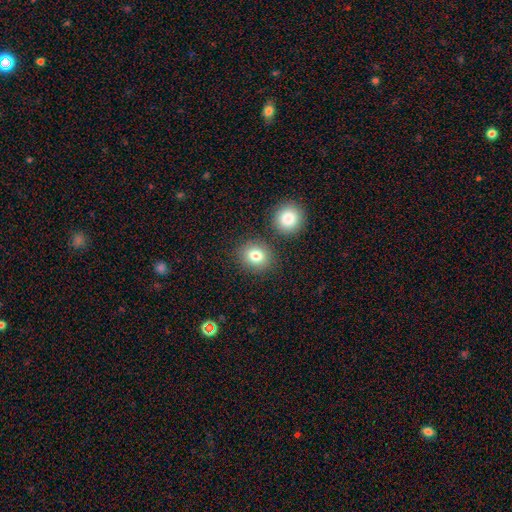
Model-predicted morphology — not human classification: A smooth galaxy with no disk features (80%) that is round (67%). Merging: none (78%).